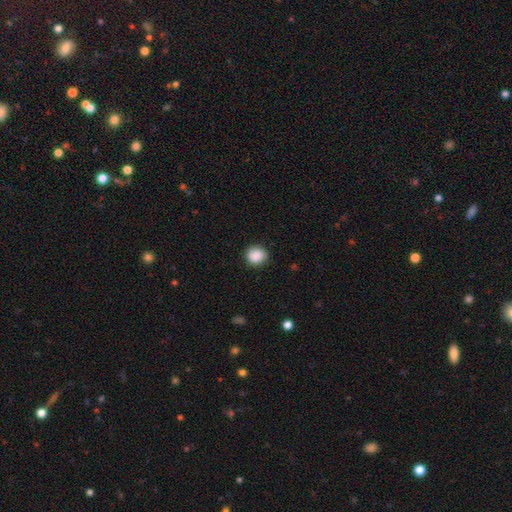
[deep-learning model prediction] Smooth or featured: smooth — 89% (star or artifact — 8%)
How rounded: round — 83% (in between — 16%)
Merging: none — 87% (minor disturbance — 9%)